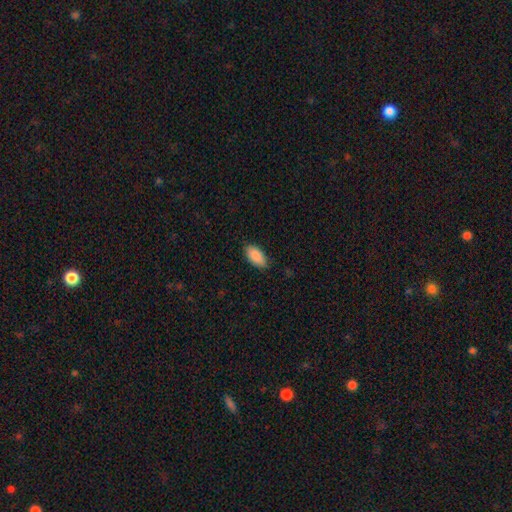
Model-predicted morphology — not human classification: Smooth or featured?
  - smooth: 90% *
  - star or artifact: 6%
  - featured or disk: 4%
How rounded?
  - in between: 95% *
  - cigar-shaped: 3%
  - round: 3%
Merging?
  - none: 84% *
  - minor disturbance: 13%
  - major disturbance: 2%
  - merger: 1%